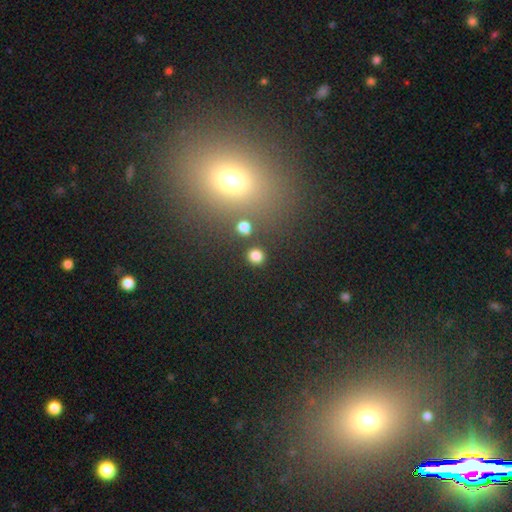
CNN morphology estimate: This appears to be a smooth galaxy with no disk features (81%) that is round (86%). Merging: none (87%).